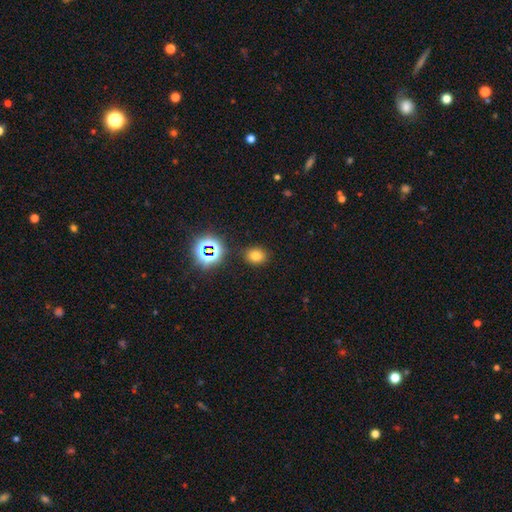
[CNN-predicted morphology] smooth-or-featured: smooth: 72% | star or artifact: 21% | featured or disk: 7%
  how-rounded: in between: 50% | round: 49% | cigar-shaped: 1%
  merging: none: 86% | minor disturbance: 9% | major disturbance: 3% | merger: 2%